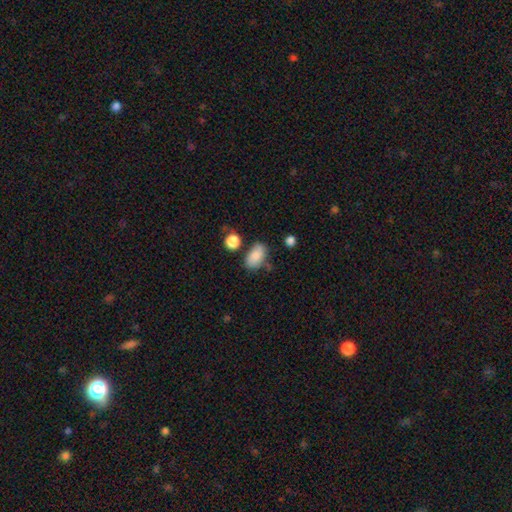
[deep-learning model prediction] smooth-or-featured: smooth: 83% | star or artifact: 9% | featured or disk: 8%
  how-rounded: in between: 89% | round: 9% | cigar-shaped: 2%
  merging: none: 61% | minor disturbance: 23% | merger: 9% | major disturbance: 6%